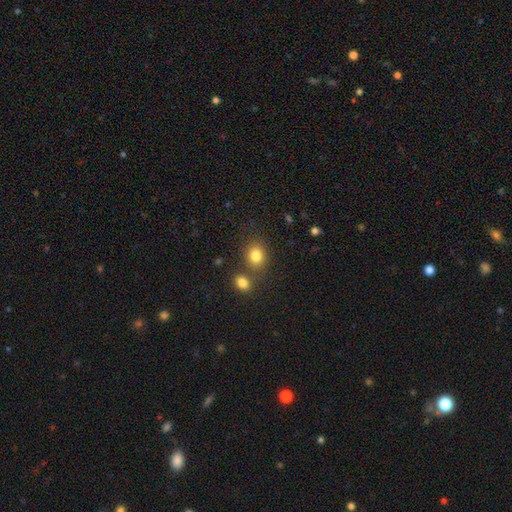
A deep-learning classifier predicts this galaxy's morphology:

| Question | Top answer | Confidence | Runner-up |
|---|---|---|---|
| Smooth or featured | smooth | 83% | star or artifact (11%) |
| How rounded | round | 59% | in between (40%) |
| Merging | none | 66% | merger (20%) |